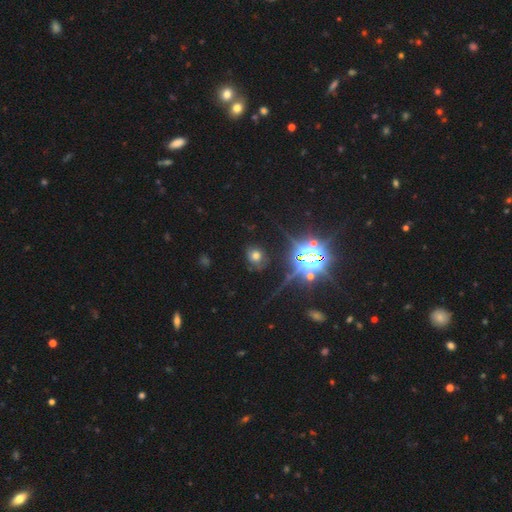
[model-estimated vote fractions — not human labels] Smooth or featured?
  - smooth: 50% *
  - star or artifact: 35%
  - featured or disk: 15%
Merging?
  - none: 77% *
  - minor disturbance: 13%
  - major disturbance: 7%
  - merger: 3%